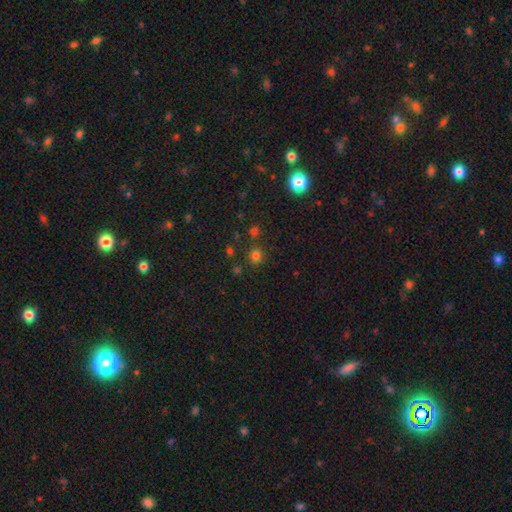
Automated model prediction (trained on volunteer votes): smooth 73%, star or artifact 21%, featured or disk 5%. Down the decision tree: how rounded — round (91%); merging — none (83%).